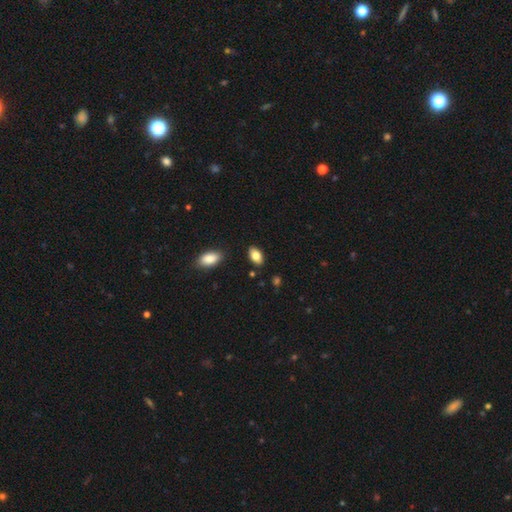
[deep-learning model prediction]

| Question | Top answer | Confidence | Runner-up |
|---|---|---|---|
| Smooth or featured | smooth | 83% | featured or disk (10%) |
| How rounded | in between | 93% | round (5%) |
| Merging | none | 87% | minor disturbance (9%) |